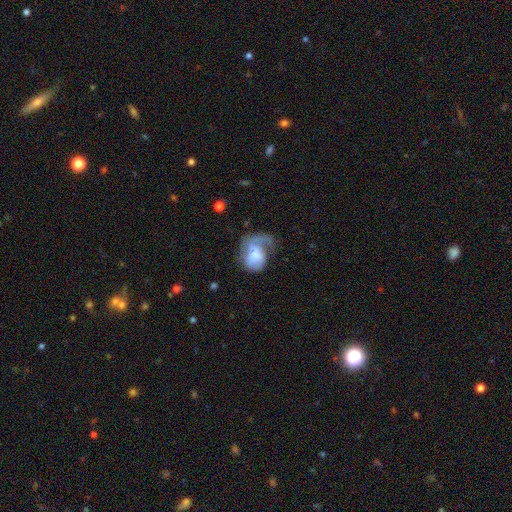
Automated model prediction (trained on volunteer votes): Smooth or featured? featured or disk (52%)
Edge-on disk? no (98%)
Bar? no (70%)
Spiral arms? yes (72%)
Bulge size? none (34%)
Merging? major disturbance (50%)